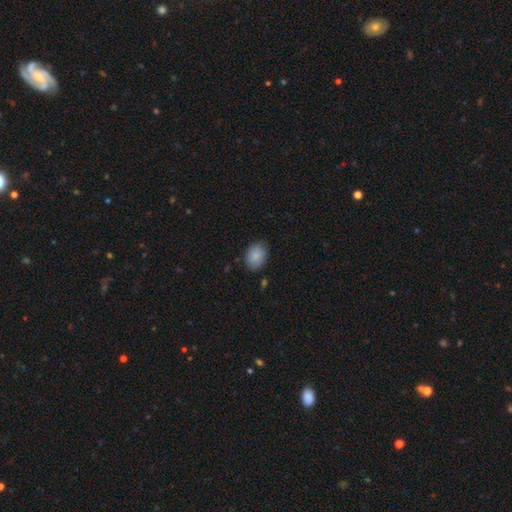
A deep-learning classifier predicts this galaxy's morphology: A smooth galaxy with no disk features (87%) that is in between round and cigar-shaped (71%). Merging: none (80%).